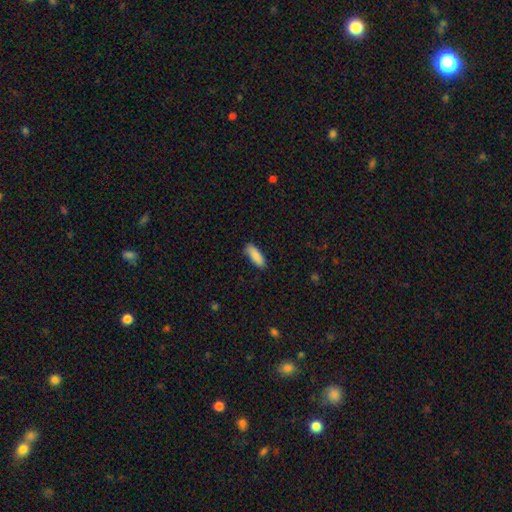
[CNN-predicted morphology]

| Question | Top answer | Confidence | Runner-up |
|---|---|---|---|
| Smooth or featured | smooth | 87% | featured or disk (7%) |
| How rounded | in between | 64% | cigar-shaped (34%) |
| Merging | none | 83% | minor disturbance (13%) |